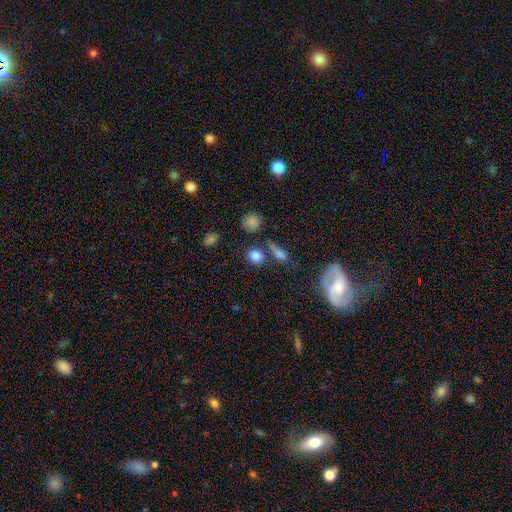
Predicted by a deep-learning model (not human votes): This is clearly a smooth galaxy (81%). How rounded: likely round (71%). Merging: likely none (71%).